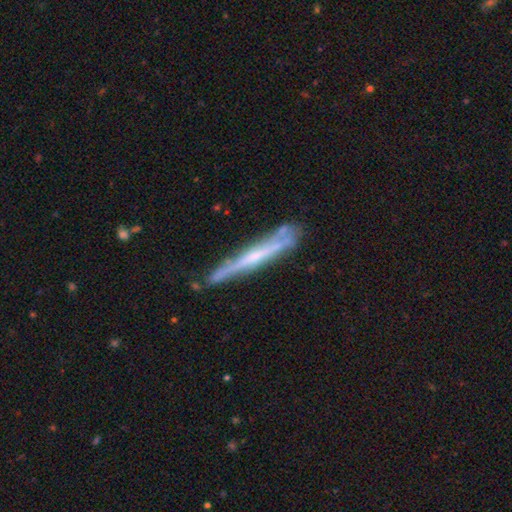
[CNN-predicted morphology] This is likely a featured or disk galaxy (64%). It is clearly viewed edge-on (90%). Edge-on bulge: likely none (62%). Merging: likely none (70%).